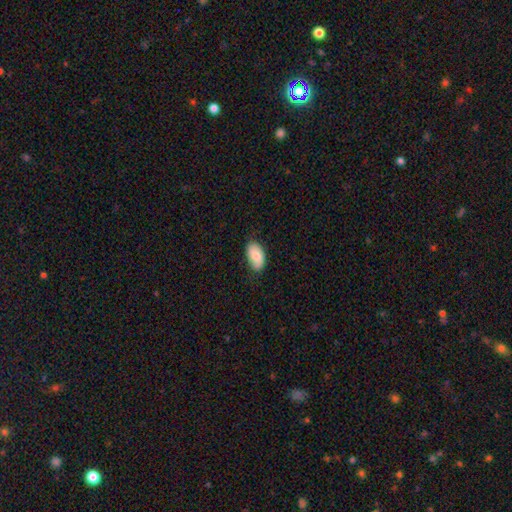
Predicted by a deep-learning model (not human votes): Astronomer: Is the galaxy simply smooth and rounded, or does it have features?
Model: smooth — 79%.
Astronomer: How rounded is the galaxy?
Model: in between — 94%.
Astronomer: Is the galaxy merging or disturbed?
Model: none — 74%.